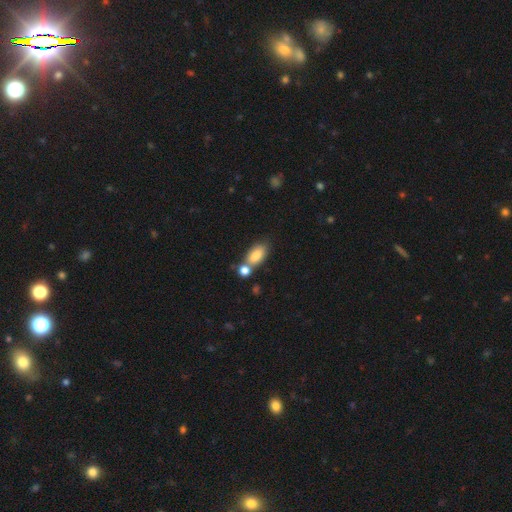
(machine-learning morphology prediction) This is clearly a smooth galaxy (84%). How rounded: clearly in between (89%). Merging: marginally none (42%).